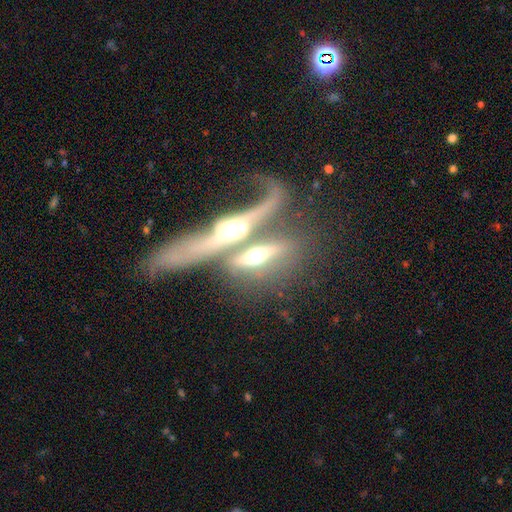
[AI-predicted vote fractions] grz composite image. It shows a featured or disk galaxy (65%) viewed edge-on (75%). Merging: merger (72%).